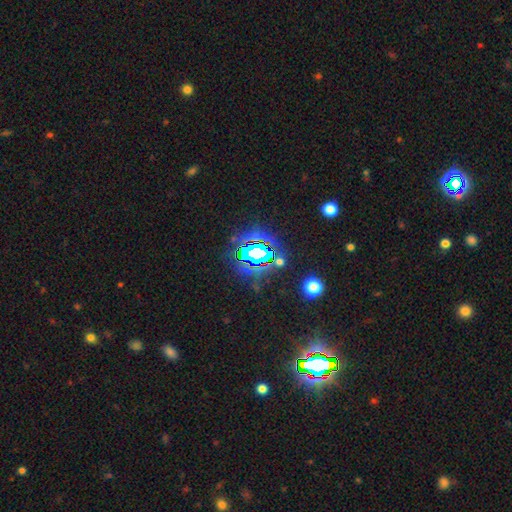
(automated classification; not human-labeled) This is likely a star or artifact rather than a galaxy (72%).